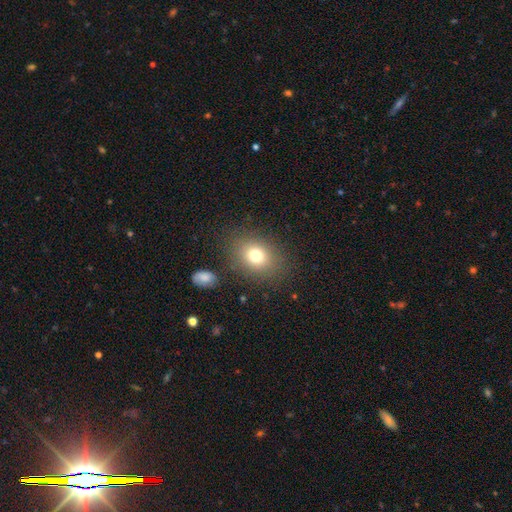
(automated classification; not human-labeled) Smooth or featured? smooth (76%)
How rounded? in between (52%)
Merging? none (82%)